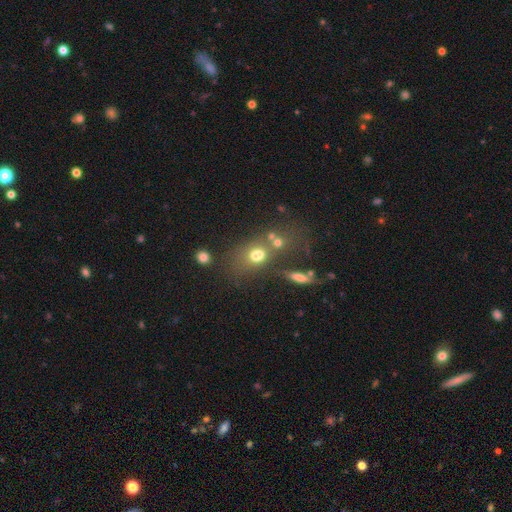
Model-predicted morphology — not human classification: Smooth or featured? Predicted: smooth (p=0.67). How rounded? Predicted: in between (p=0.54). Merging? Predicted: none (p=0.40).